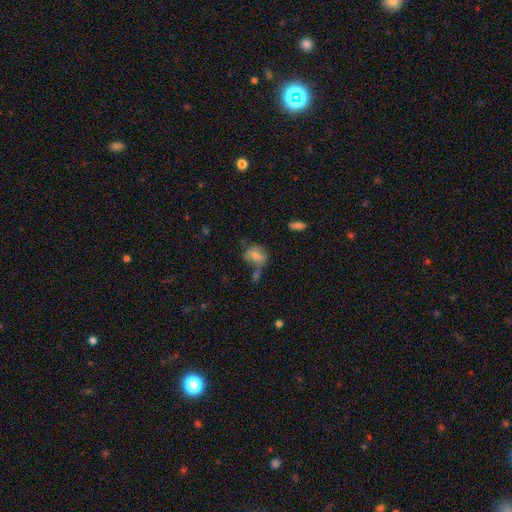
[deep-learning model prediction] smooth 67%, featured or disk 24%, star or artifact 10%. Down the decision tree: how rounded — in between (57%); merging — none (42%).